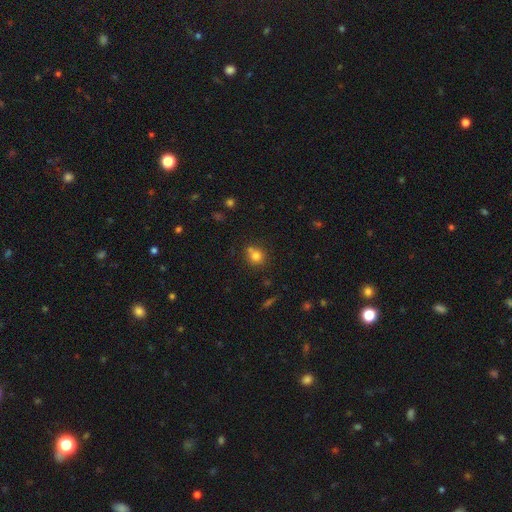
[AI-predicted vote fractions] A smooth galaxy with no disk features (77%) that is round (83%). Merging: none (57%).